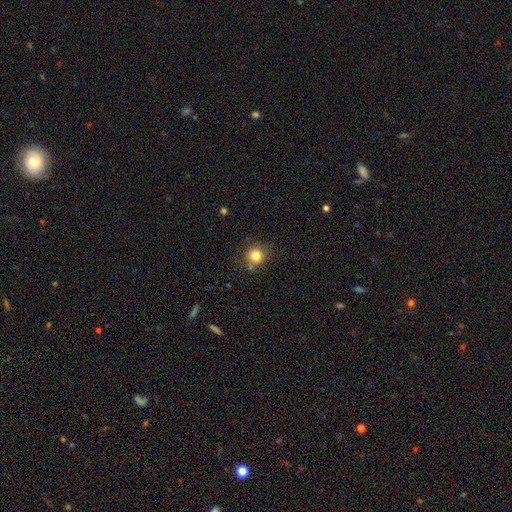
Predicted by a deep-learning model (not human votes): A smooth galaxy with no disk features (81%) that is round (89%).

Vote fractions:
- Smooth or featured? smooth: 81% / star or artifact: 12% / featured or disk: 7%
- How rounded? round: 89% / in between: 10% / cigar-shaped: 1%
- Merging? none: 75% / minor disturbance: 14% / merger: 8% / major disturbance: 4%